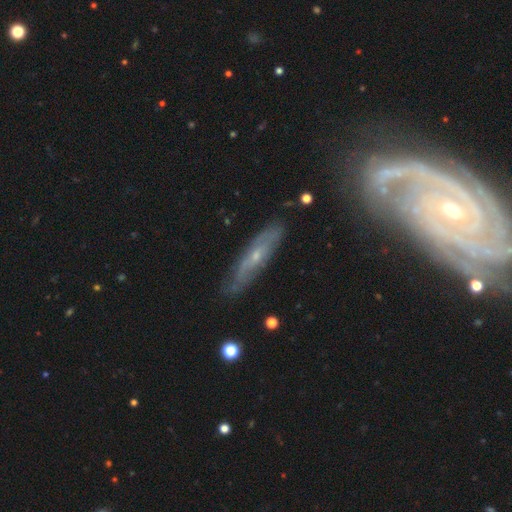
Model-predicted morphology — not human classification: A featured or disk galaxy (66%). Merging: none (76%).